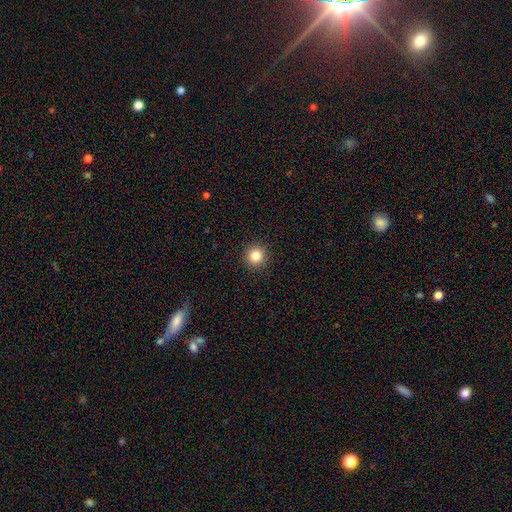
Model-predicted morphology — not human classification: smooth_or_featured: smooth (p=0.84) [alt: star or artifact p=0.11]
how_rounded: round (p=0.94) [alt: in between p=0.05]
merging: none (p=0.92) [alt: minor disturbance p=0.05]